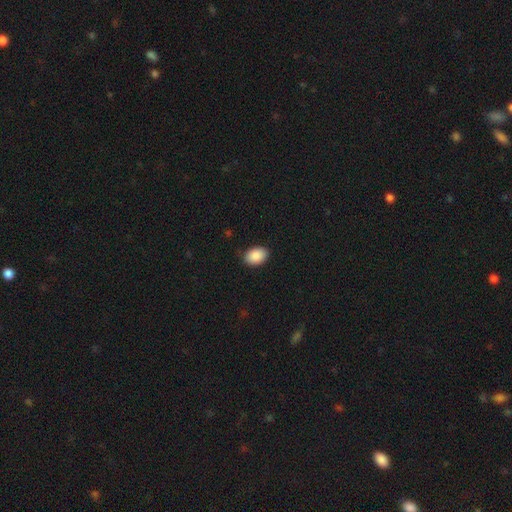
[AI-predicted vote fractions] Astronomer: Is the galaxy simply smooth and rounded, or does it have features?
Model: smooth — 90%.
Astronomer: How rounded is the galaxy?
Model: in between — 84%.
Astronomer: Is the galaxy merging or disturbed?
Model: none — 87%.